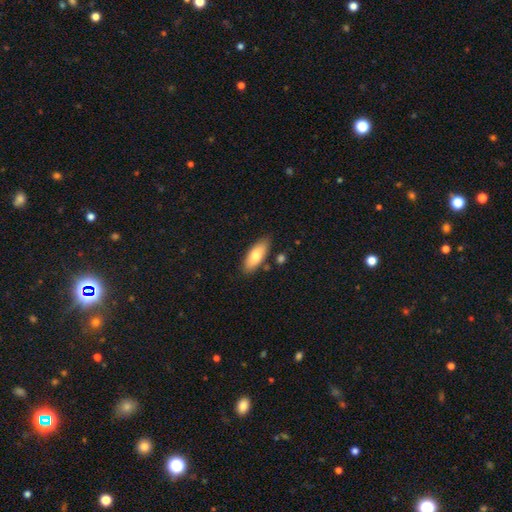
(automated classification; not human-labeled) This is likely a smooth galaxy (76%). How rounded: likely in between (78%). Merging: clearly none (82%).